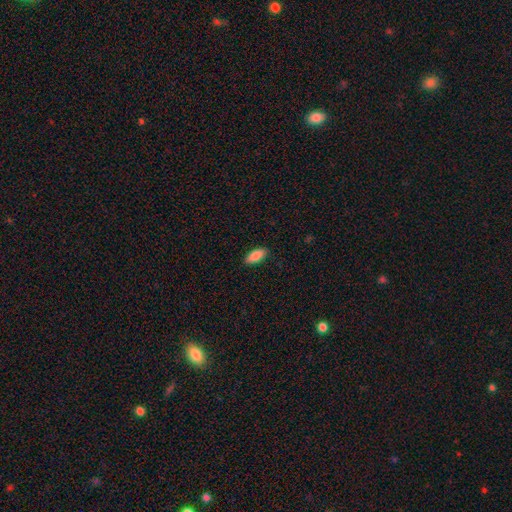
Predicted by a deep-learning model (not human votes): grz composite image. It shows a smooth galaxy with no disk features (87%) that is in between round and cigar-shaped (84%). Merging: none (88%).